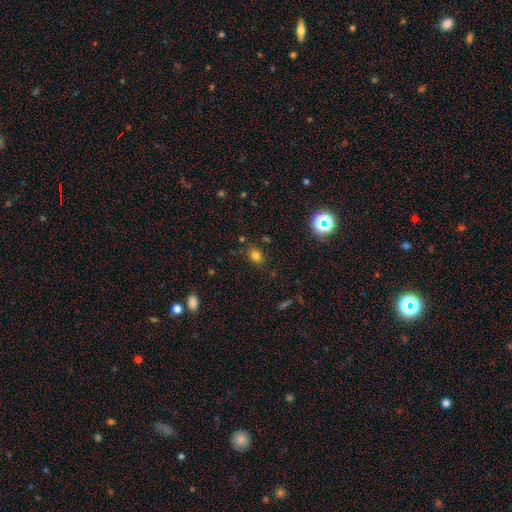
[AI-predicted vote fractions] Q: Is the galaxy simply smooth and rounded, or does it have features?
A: smooth — 77%.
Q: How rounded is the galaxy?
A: in between — 64%.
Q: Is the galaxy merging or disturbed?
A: none — 79%.